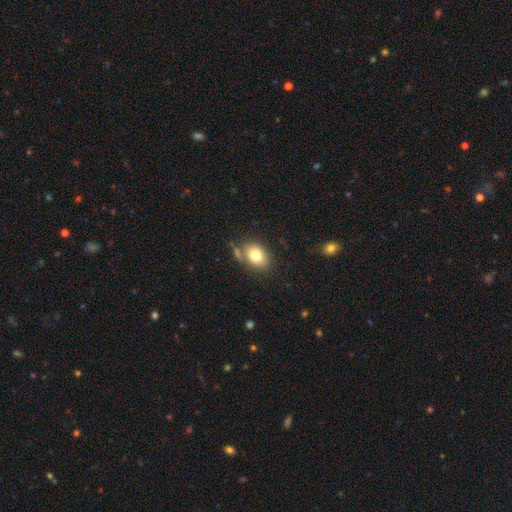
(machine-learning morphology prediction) Q: Smooth or featured?
A: smooth (80%); runner-up: featured or disk (12%)
Q: How rounded?
A: in between (75%); runner-up: round (23%)
Q: Merging?
A: none (67%); runner-up: minor disturbance (17%)